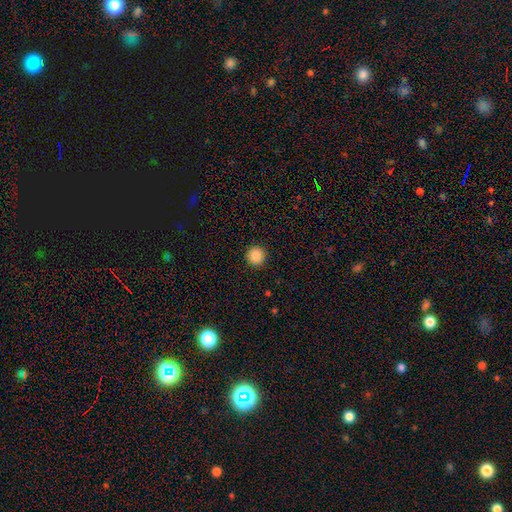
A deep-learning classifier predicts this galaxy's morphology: The model was most divided on "smooth or featured": smooth: 87%, star or artifact: 10%, featured or disk: 4%. More confident: how rounded — round (95%); merging — none (93%).